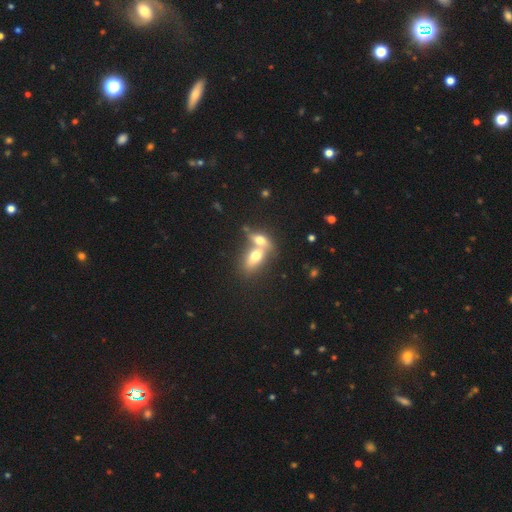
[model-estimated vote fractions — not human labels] This is likely a smooth galaxy (66%). How rounded: likely in between (76%). Merging: likely merger (71%).